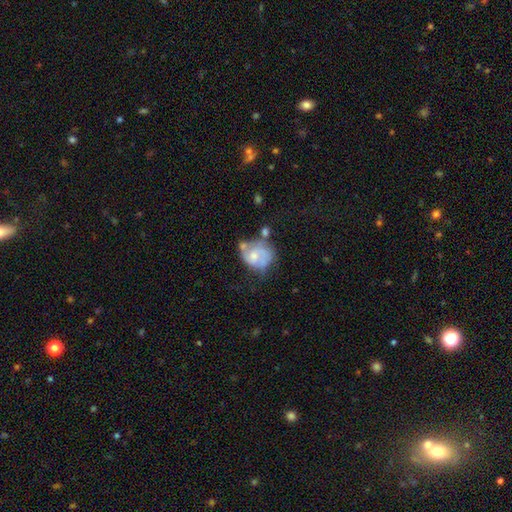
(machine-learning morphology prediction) The model was most divided on "bulge size": small: 48%, moderate: 42%, none: 6%, large: 2%, dominant: 1%. Remaining: edge-on disk — no (98%); spiral arms — yes (80%); bar — no (65%); smooth or featured — featured or disk (63%); merging — none (36%).